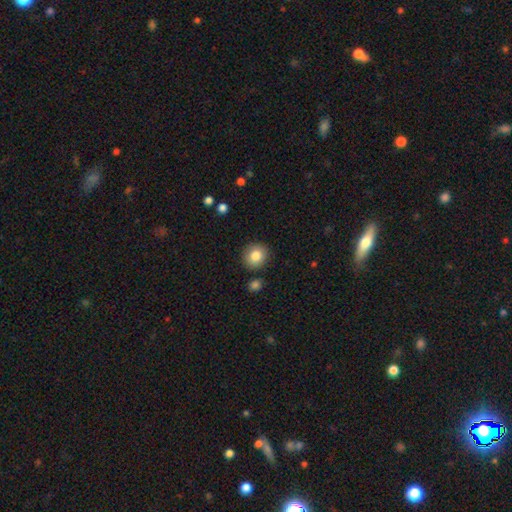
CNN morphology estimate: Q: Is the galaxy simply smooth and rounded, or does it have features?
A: smooth — 84%.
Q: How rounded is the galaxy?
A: round — 85%.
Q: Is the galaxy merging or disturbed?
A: none — 87%.